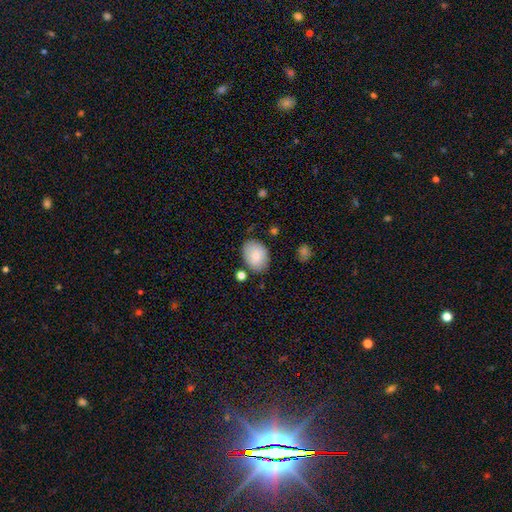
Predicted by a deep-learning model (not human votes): smooth-or-featured: smooth: 81% | featured or disk: 12% | star or artifact: 7%
  how-rounded: in between: 77% | round: 22% | cigar-shaped: 1%
  merging: none: 76% | minor disturbance: 16% | merger: 4% | major disturbance: 3%